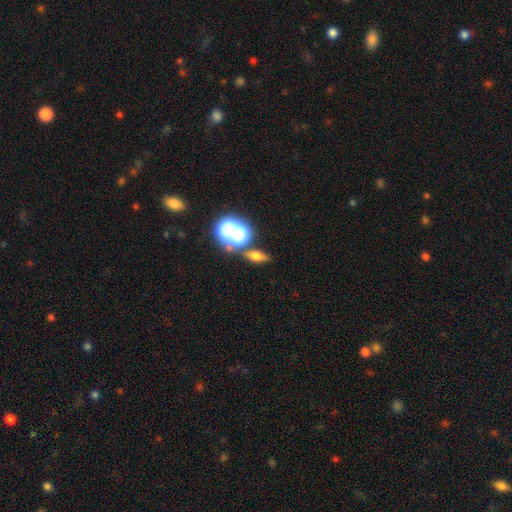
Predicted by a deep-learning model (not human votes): The model was most divided on "smooth or featured": smooth: 53%, featured or disk: 24%, star or artifact: 24%. More confident: how rounded — in between (67%); merging — none (66%).